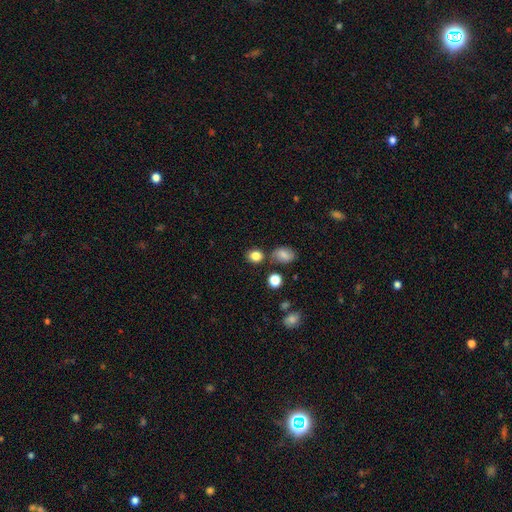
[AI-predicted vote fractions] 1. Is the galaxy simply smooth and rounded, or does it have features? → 83% smooth, 11% star or artifact, 6% featured or disk.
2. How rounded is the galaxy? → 68% round, 31% in between, 1% cigar-shaped.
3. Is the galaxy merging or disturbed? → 73% none, 12% minor disturbance, 12% merger, 3% major disturbance.